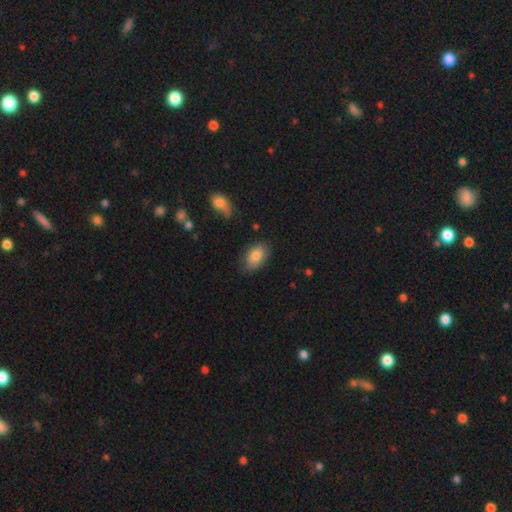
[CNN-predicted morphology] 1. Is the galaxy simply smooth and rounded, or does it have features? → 82% smooth, 11% featured or disk, 7% star or artifact.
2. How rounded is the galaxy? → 91% in between, 7% round, 2% cigar-shaped.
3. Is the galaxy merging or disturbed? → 79% none, 16% minor disturbance, 3% major disturbance, 2% merger.